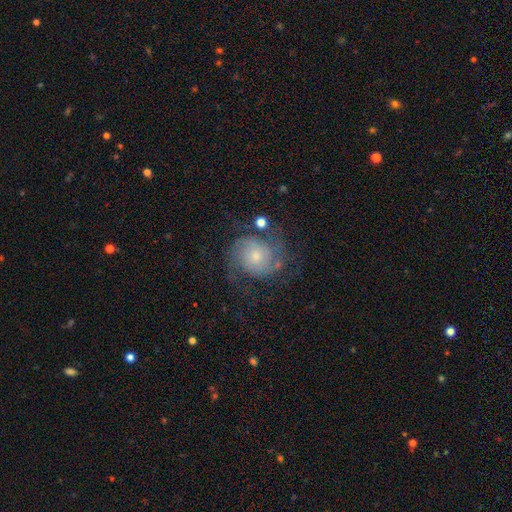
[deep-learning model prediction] smooth-or-featured: featured or disk: 76% | smooth: 15% | star or artifact: 9%
  disk-edge-on: no: 98% | yes: 2%
    bar: no: 74% | weak: 23% | strong: 4%
    has-spiral-arms: yes: 93% | no: 7%
      spiral-winding: medium: 44% | tight: 39% | loose: 18%
      spiral-arm-count: 2: 57% | can't tell: 19% | 3: 13% | 1: 4% | 4: 4% | more than 4: 4%
    bulge-size: small: 57% | moderate: 34% | large: 5% | none: 4% | dominant: 2%
  merging: none: 65% | minor disturbance: 17% | major disturbance: 15% | merger: 3%